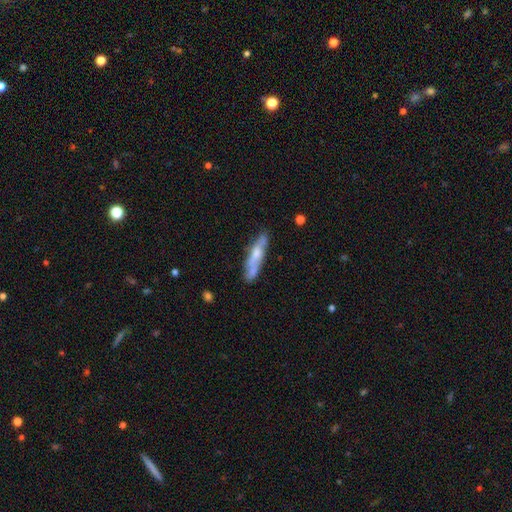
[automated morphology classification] smooth 47% (tied), featured or disk 47% (tied), star or artifact 6%. Down the decision tree: merging — none (67%).